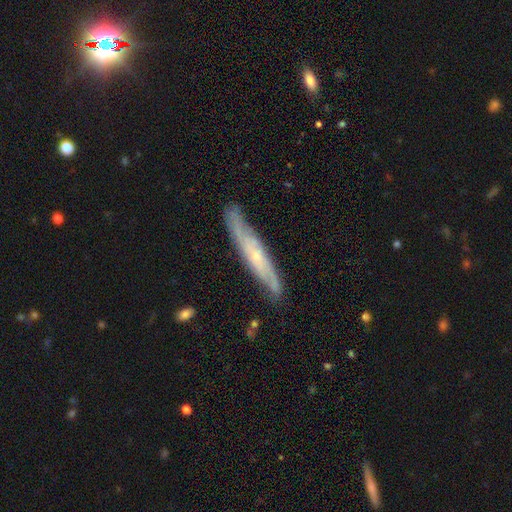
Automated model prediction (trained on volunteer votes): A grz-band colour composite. It shows a featured or disk galaxy (71%) viewed edge-on (57%). Merging: none (78%).